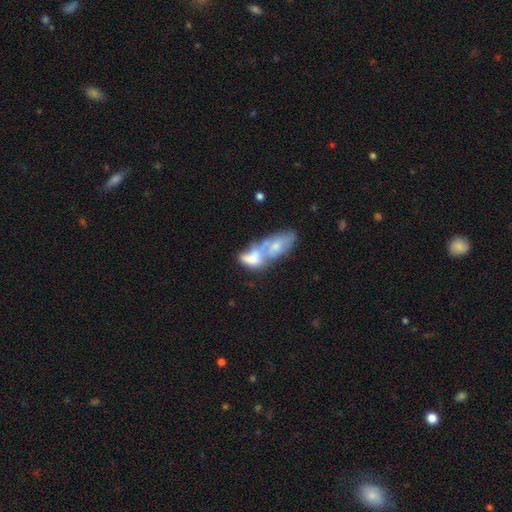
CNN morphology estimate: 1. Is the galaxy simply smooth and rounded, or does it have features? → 46% smooth, 45% featured or disk, 9% star or artifact.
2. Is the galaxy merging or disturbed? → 72% merger, 13% none, 7% major disturbance, 7% minor disturbance.